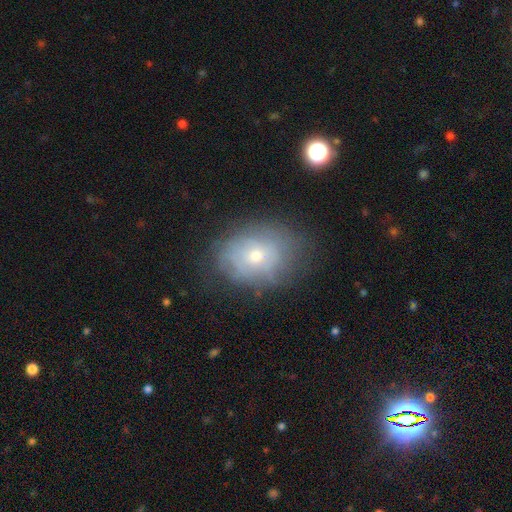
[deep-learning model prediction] smooth 45%, featured or disk 44%, star or artifact 11%. Down the decision tree: merging — none (68%).